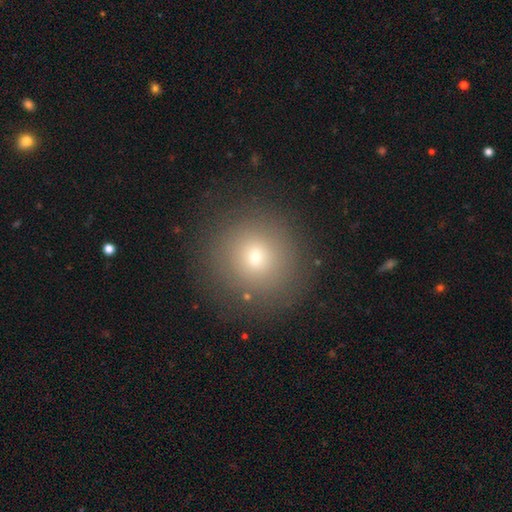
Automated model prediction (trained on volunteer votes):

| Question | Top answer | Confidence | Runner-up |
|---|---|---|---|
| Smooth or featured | smooth | 69% | star or artifact (18%) |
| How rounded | round | 93% | in between (6%) |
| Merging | none | 87% | minor disturbance (8%) |